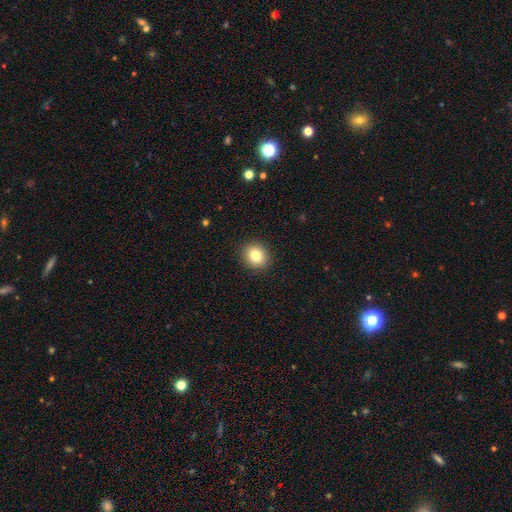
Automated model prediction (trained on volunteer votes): Smooth or featured?
  - smooth: 82% *
  - star or artifact: 10%
  - featured or disk: 8%
How rounded?
  - round: 79% *
  - in between: 20%
  - cigar-shaped: 1%
Merging?
  - none: 92% *
  - minor disturbance: 6%
  - major disturbance: 2%
  - merger: 1%